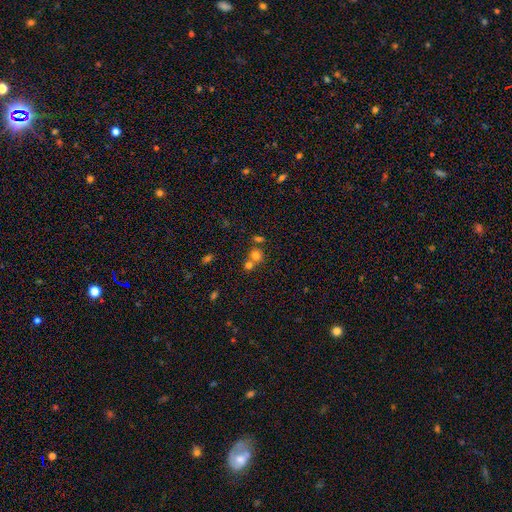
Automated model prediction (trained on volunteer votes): Overall: smooth (70%). How rounded: round (80%). Merging: merger (46%; none 44%).